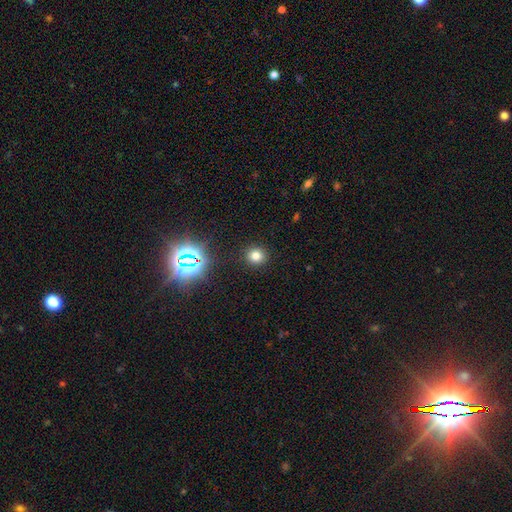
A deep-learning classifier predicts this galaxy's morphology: smooth 74%, star or artifact 20%, featured or disk 6%. Down the decision tree: how rounded — round (87%); merging — none (91%).